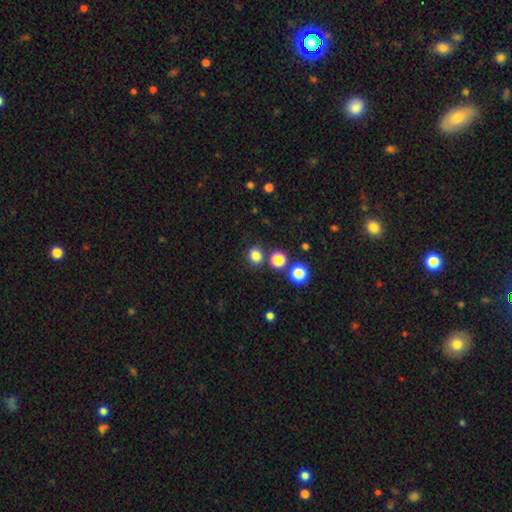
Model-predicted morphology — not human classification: smooth 81%, star or artifact 15%, featured or disk 4%. Down the decision tree: how rounded — round (86%); merging — none (83%).